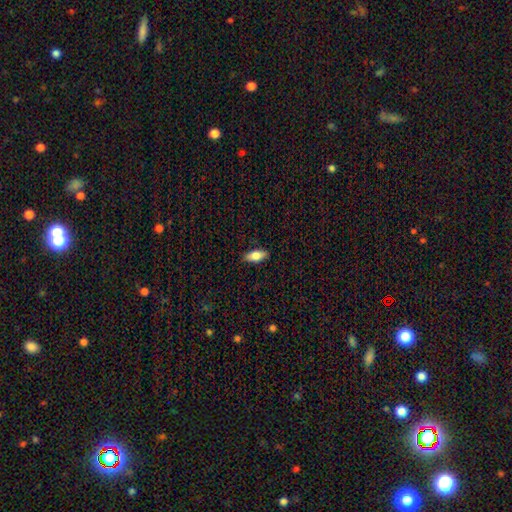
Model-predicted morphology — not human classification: Smooth or featured?
  - smooth: 75% *
  - featured or disk: 18%
  - star or artifact: 7%
How rounded?
  - in between: 82% *
  - cigar-shaped: 16%
  - round: 3%
Merging?
  - none: 88% *
  - minor disturbance: 9%
  - major disturbance: 2%
  - merger: 1%